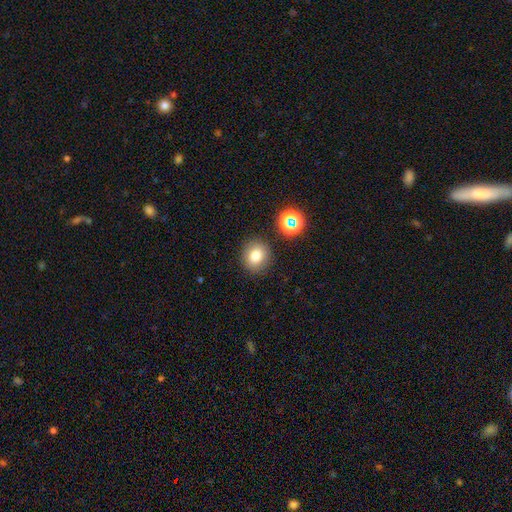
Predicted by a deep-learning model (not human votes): The model was most divided on "smooth or featured": smooth: 78%, star or artifact: 14%, featured or disk: 8%. More confident: merging — none (86%); how rounded — round (82%).